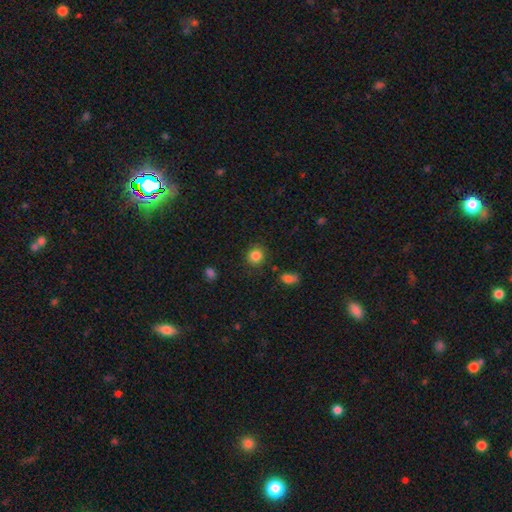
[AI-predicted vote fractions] A smooth galaxy with no disk features (85%) that is round (85%).

Vote fractions:
- Smooth or featured? smooth: 85% / star or artifact: 10% / featured or disk: 4%
- How rounded? round: 85% / in between: 14% / cigar-shaped: 1%
- Merging? none: 86% / minor disturbance: 9% / major disturbance: 3% / merger: 2%